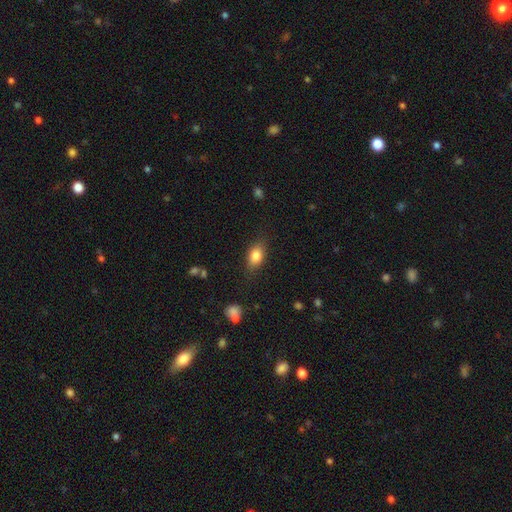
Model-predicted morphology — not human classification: Smooth or featured? Predicted: smooth (p=0.81). How rounded? Predicted: in between (p=0.82). Merging? Predicted: none (p=0.80).